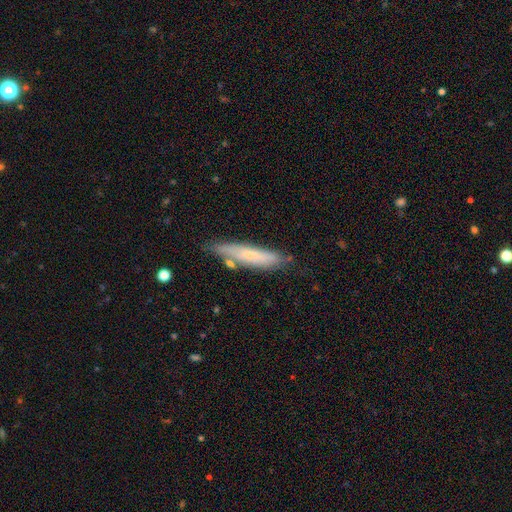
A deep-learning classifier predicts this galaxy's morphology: A smooth galaxy with no disk features (52%) that is cigar-shaped (87%).

Vote fractions:
- Smooth or featured? smooth: 52% / featured or disk: 40% / star or artifact: 8%
- How rounded? cigar-shaped: 87% / in between: 11% / round: 1%
- Merging? none: 74% / minor disturbance: 19% / merger: 4% / major disturbance: 4%